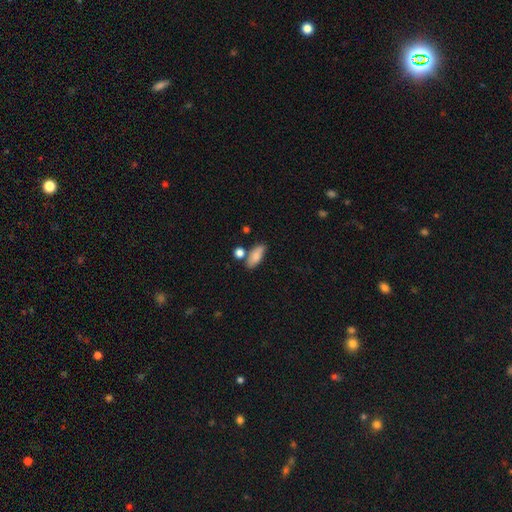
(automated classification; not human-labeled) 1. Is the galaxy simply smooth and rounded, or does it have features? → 81% smooth, 12% featured or disk, 7% star or artifact.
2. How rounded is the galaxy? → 80% in between, 16% cigar-shaped, 5% round.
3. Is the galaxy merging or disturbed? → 68% none, 16% minor disturbance, 12% merger, 4% major disturbance.